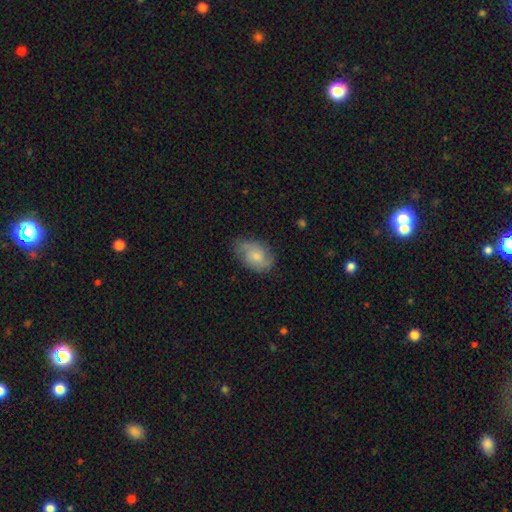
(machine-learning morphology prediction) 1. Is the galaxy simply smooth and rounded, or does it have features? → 48% smooth, 45% featured or disk, 7% star or artifact.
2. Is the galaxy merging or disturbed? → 70% none, 23% minor disturbance, 6% major disturbance, 1% merger.